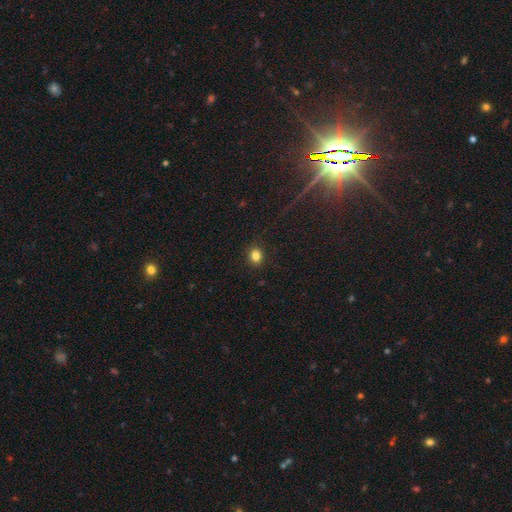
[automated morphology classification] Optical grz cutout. It shows a smooth galaxy with no disk features (83%) that is round (60%). Merging: none (89%).